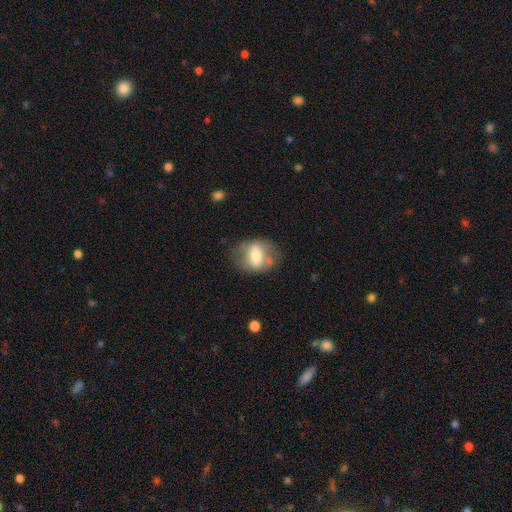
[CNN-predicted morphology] Smooth or featured? smooth (49%)
Merging? none (64%)